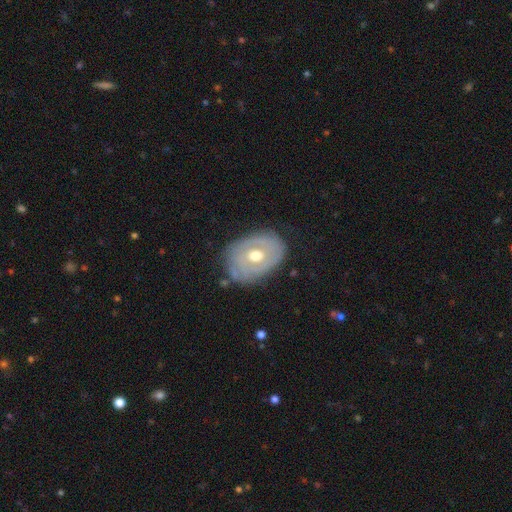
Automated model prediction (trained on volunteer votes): Smooth or featured?
  - featured or disk: 71% *
  - smooth: 22%
  - star or artifact: 6%
Edge-on disk?
  - no: 95% *
  - yes: 5%
Bar?
  - no: 74% *
  - weak: 21%
  - strong: 5%
Spiral arms?
  - yes: 62% *
  - no: 38%
Bulge size?
  - moderate: 79% *
  - small: 14%
  - large: 5%
  - dominant: 1%
  - none: 1%
Merging?
  - none: 73% *
  - minor disturbance: 20%
  - major disturbance: 5%
  - merger: 2%